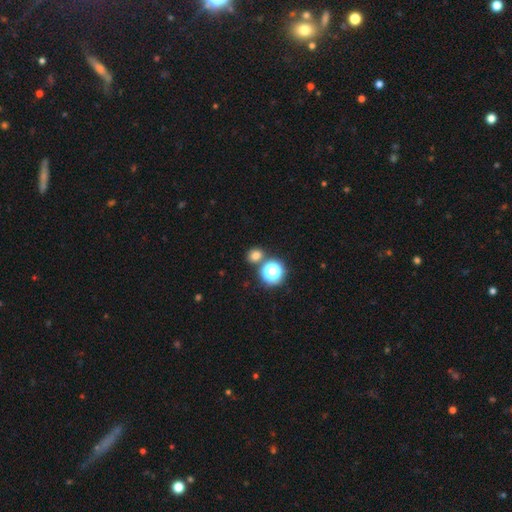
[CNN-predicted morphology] type=smooth (71%); roundness=round (72%); merging=none (75%).